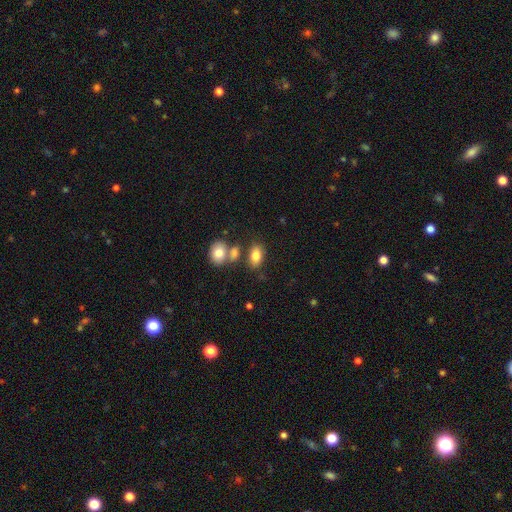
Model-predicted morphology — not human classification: Smooth or featured? smooth (81%)
How rounded? in between (87%)
Merging? none (63%)